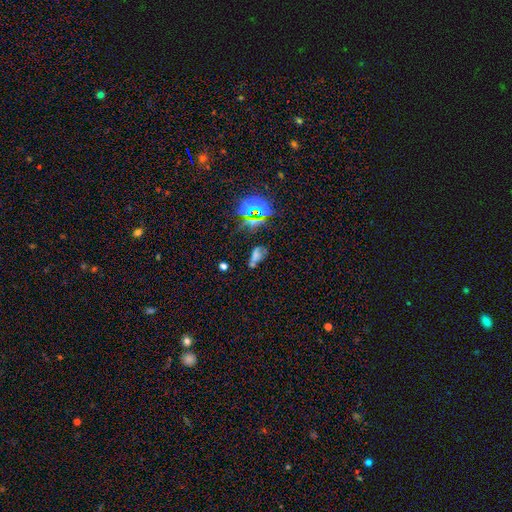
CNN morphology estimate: smooth_or_featured: smooth (p=0.42) [alt: star or artifact p=0.38]
merging: none (p=0.35) [alt: merger p=0.27]